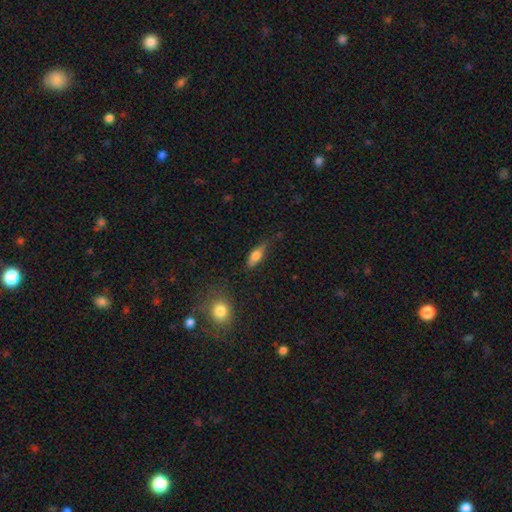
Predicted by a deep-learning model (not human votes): Smooth or featured? smooth (67%)
How rounded? in between (61%)
Merging? none (65%)